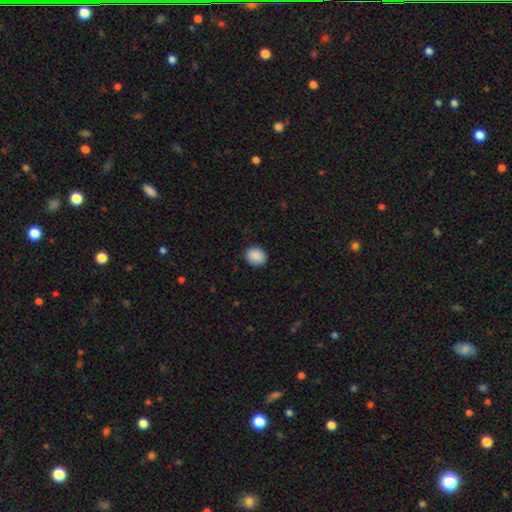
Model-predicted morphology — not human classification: This appears to be a smooth galaxy with no disk features (90%) that is round (57%). Merging: none (88%).